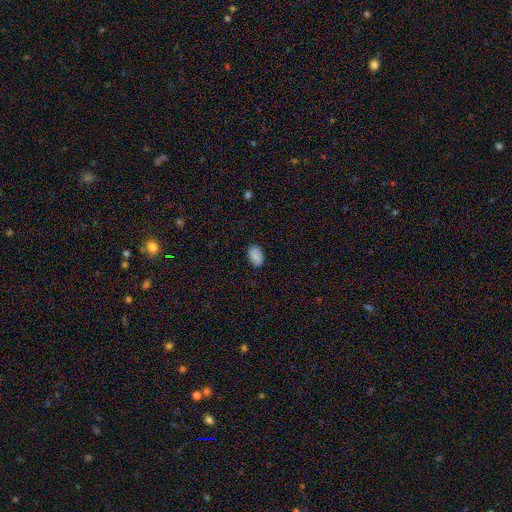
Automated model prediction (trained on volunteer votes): A smooth galaxy with no disk features (88%) that is in between round and cigar-shaped (91%). Merging: none (86%).